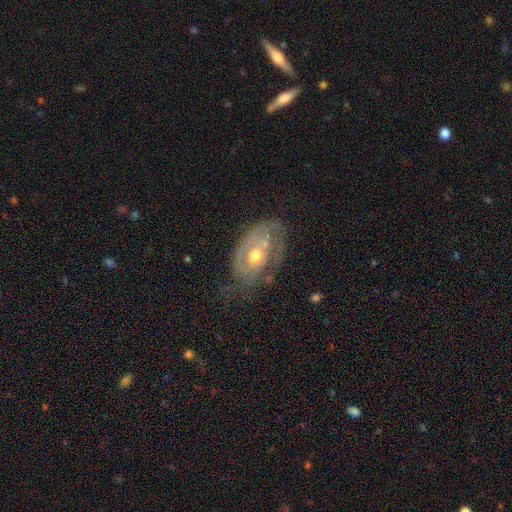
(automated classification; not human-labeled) Overall: featured or disk (76%). Edge-on disk: no (94%). Bar: no (73%). Spiral arms: yes (75%). Spiral arm count: can't tell (41%; 2 34%). Spiral winding: tight (62%; medium 27%). Bulge size: moderate (68%). Merging: none (58%; minor disturbance 26%).